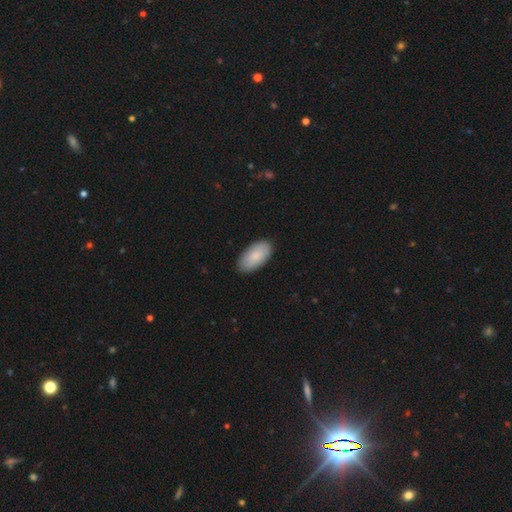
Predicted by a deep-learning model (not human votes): The model was most divided on "smooth or featured": smooth: 85%, featured or disk: 10%, star or artifact: 5%. More confident: how rounded — in between (95%); merging — none (88%).